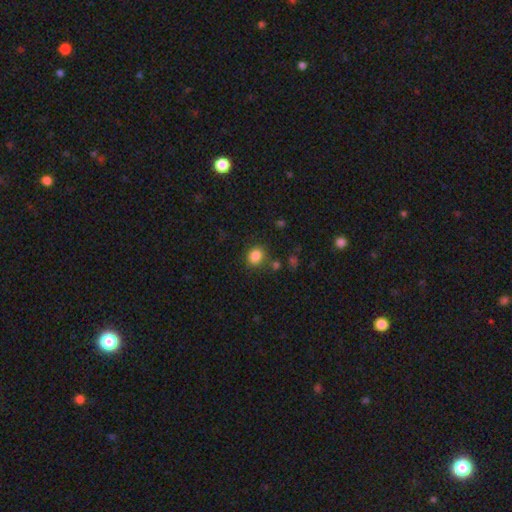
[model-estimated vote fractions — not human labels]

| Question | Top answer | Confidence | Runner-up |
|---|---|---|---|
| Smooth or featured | smooth | 85% | star or artifact (10%) |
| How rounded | round | 51% | in between (48%) |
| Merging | none | 78% | minor disturbance (12%) |